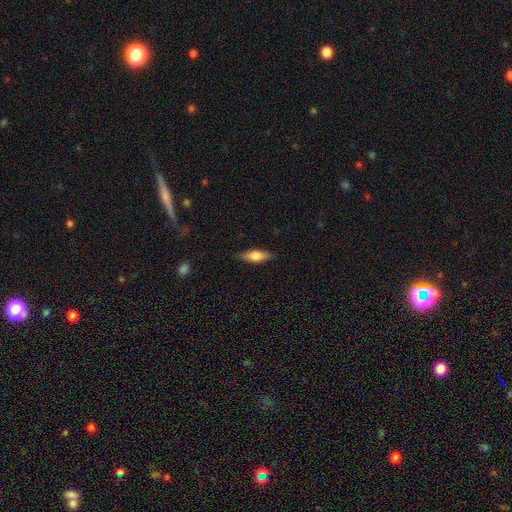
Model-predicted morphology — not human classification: Smooth or featured? smooth (72%)
How rounded? in between (64%)
Merging? none (86%)